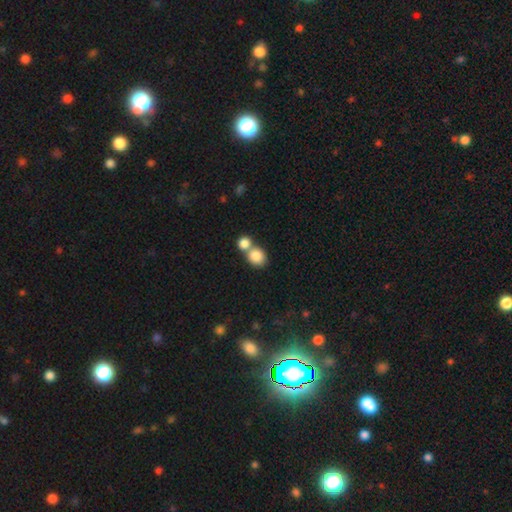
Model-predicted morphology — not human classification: Smooth or featured? Predicted: smooth (p=0.84). How rounded? Predicted: round (p=0.71). Merging? Predicted: merger (p=0.55).